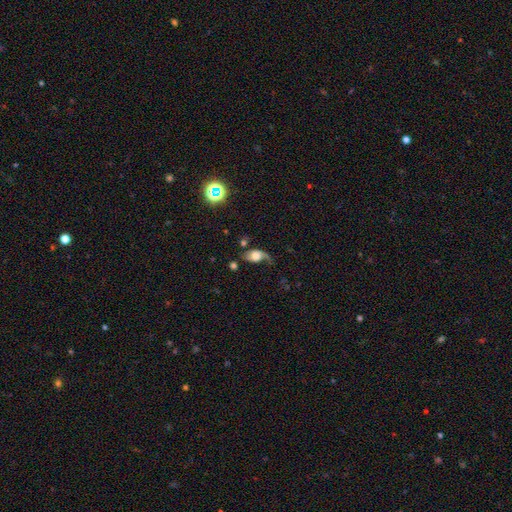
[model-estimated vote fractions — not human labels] Smooth or featured? Predicted: featured or disk (p=0.47). Merging? Predicted: none (p=0.35).